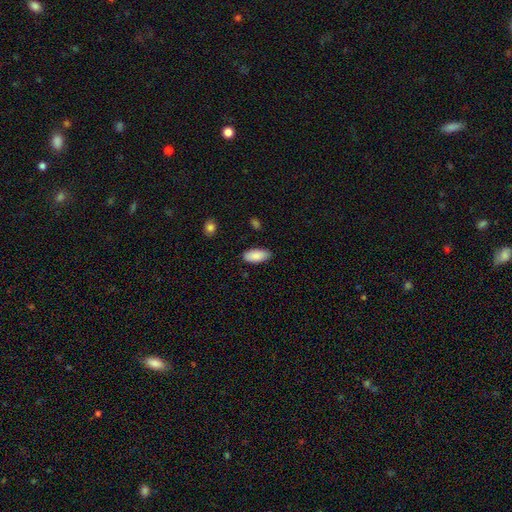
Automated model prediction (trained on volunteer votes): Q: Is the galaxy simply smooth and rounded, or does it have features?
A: smooth — 88%.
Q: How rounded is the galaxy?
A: in between — 90%.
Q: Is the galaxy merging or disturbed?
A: none — 85%.